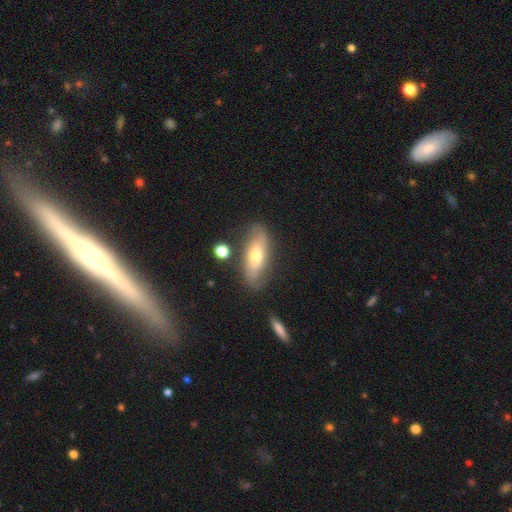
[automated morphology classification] A smooth galaxy with no disk features (53%) that is in between round and cigar-shaped (76%). Merging: none (75%).